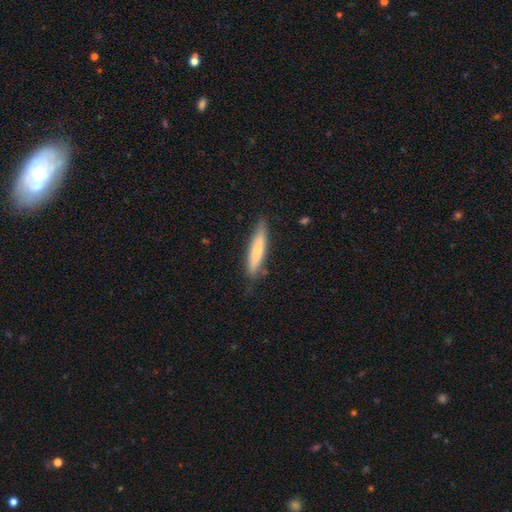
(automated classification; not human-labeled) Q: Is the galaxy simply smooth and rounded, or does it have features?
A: smooth — 63%.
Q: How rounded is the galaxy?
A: cigar-shaped — 88%.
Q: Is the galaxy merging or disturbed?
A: none — 84%.